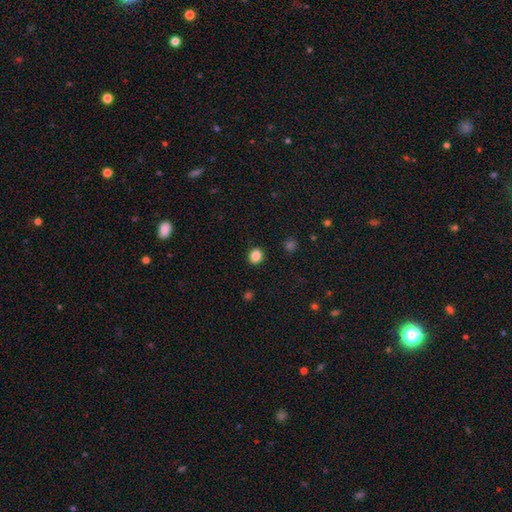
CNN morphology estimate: This is clearly a smooth galaxy (86%). How rounded: likely round (76%). Merging: clearly none (90%).